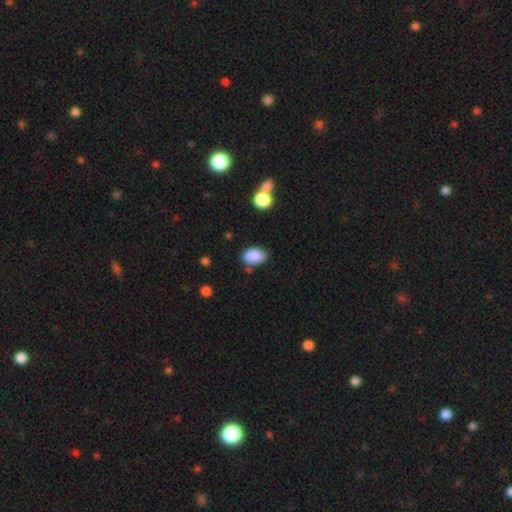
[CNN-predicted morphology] smooth_or_featured: smooth (p=0.86) [alt: star or artifact p=0.09]
how_rounded: in between (p=0.86) [alt: round p=0.12]
merging: none (p=0.66) [alt: minor disturbance p=0.20]